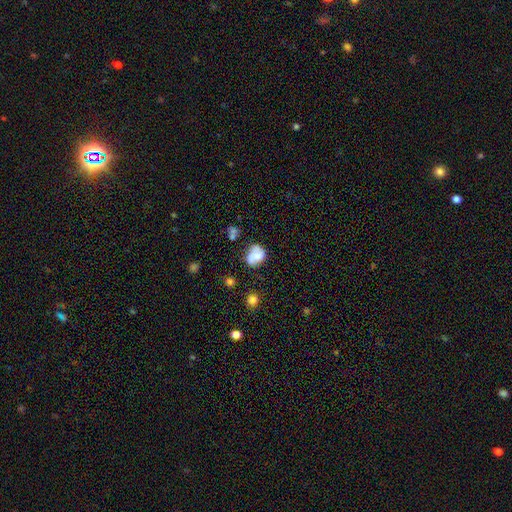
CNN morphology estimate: smooth 55%, featured or disk 35%, star or artifact 10%. Down the decision tree: how rounded — in between (51%); merging — none (51%).